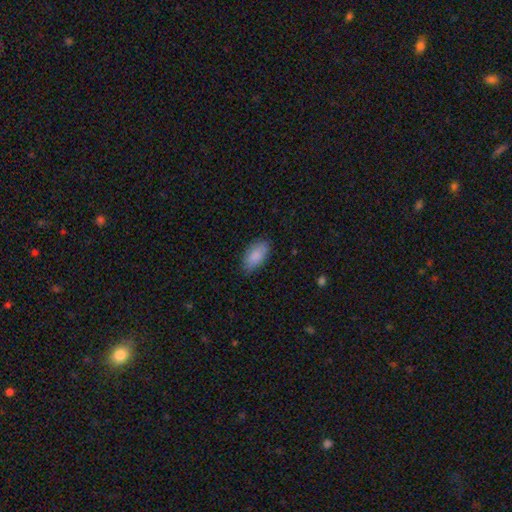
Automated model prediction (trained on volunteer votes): Q: Smooth or featured?
A: smooth (87%); runner-up: featured or disk (6%)
Q: How rounded?
A: in between (94%); runner-up: cigar-shaped (3%)
Q: Merging?
A: none (79%); runner-up: minor disturbance (17%)